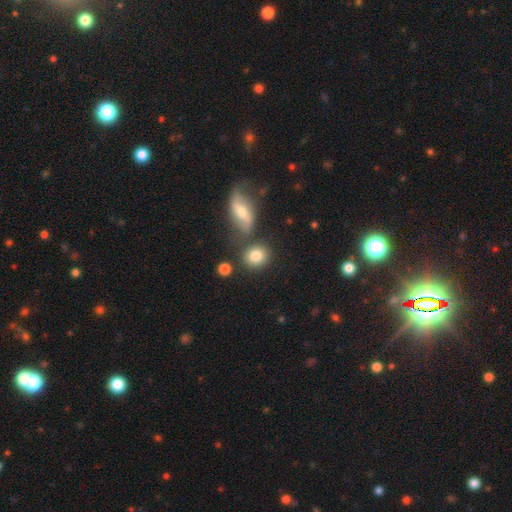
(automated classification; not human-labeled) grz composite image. It shows a smooth galaxy with no disk features (81%) that is round (70%). Merging: none (69%).